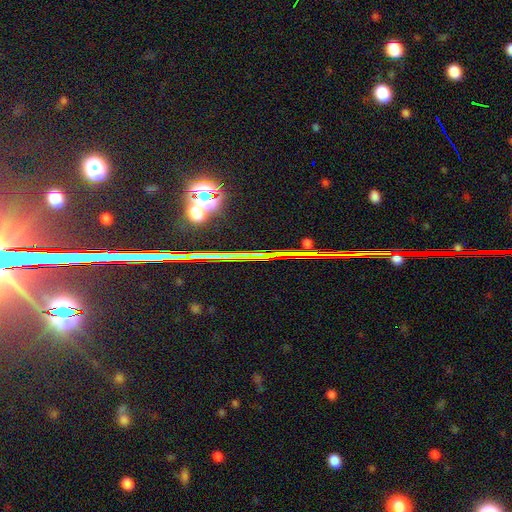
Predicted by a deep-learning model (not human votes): A star or artifact, not a galaxy (74%).

Vote fractions:
- Smooth or featured? star or artifact: 74% / featured or disk: 14% / smooth: 12%